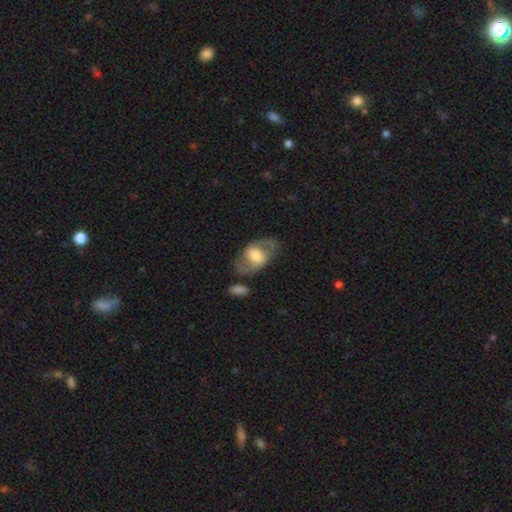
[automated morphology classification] A featured or disk galaxy (56%) with a weak bar (40%), spiral arms (59%) and a moderate central bulge (48%).

Vote fractions:
- Smooth or featured? featured or disk: 56% / smooth: 37% / star or artifact: 7%
- Edge-on disk? no: 91% / yes: 9%
- Bar? weak: 40% / no: 37% / strong: 24%
- Spiral arms? yes: 59% / no: 41%
- Bulge size? moderate: 48% / large: 31% / small: 16% / dominant: 3% / none: 3%
- Merging? none: 65% / minor disturbance: 18% / major disturbance: 11% / merger: 6%